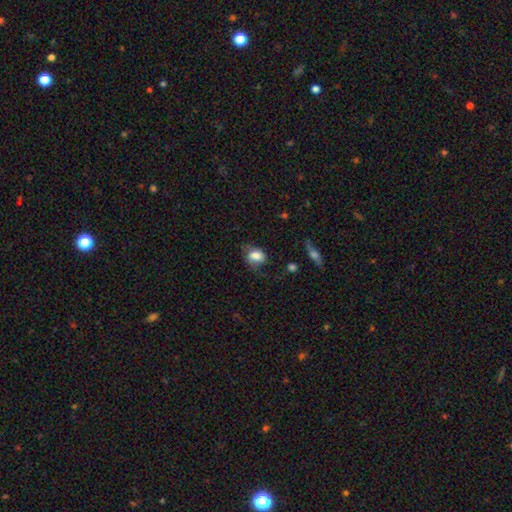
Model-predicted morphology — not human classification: Smooth or featured? smooth (75%)
How rounded? in between (71%)
Merging? none (48%)